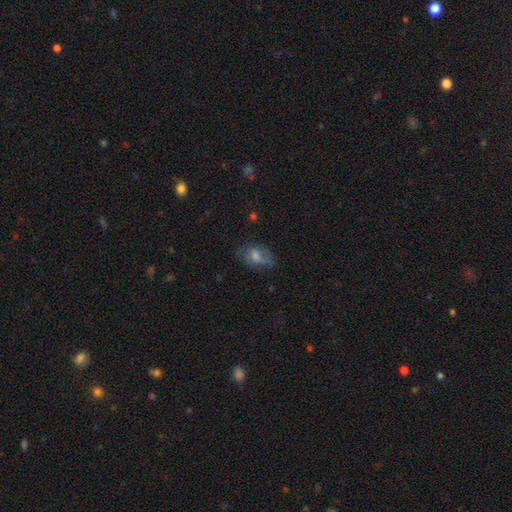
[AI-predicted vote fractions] This appears to be a smooth galaxy with no disk features (57%) that is in between round and cigar-shaped (82%). Merging: none (56%).